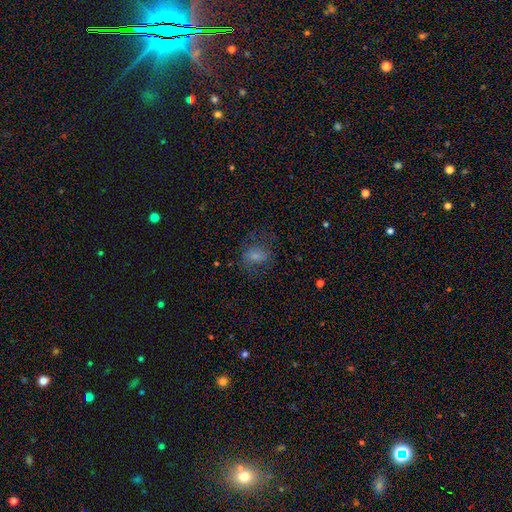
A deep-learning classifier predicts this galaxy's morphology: type=smooth (67%); roundness=in between (59%); merging=none (62%).